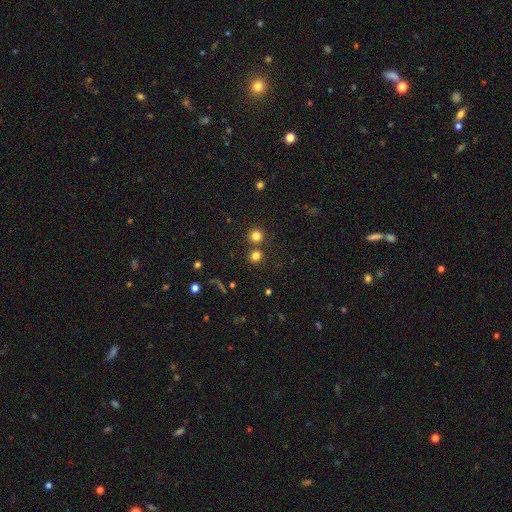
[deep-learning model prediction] A smooth galaxy with no disk features (76%) that is round (89%).

Vote fractions:
- Smooth or featured? smooth: 76% / star or artifact: 17% / featured or disk: 7%
- How rounded? round: 89% / in between: 10% / cigar-shaped: 1%
- Merging? none: 74% / merger: 16% / minor disturbance: 7% / major disturbance: 3%